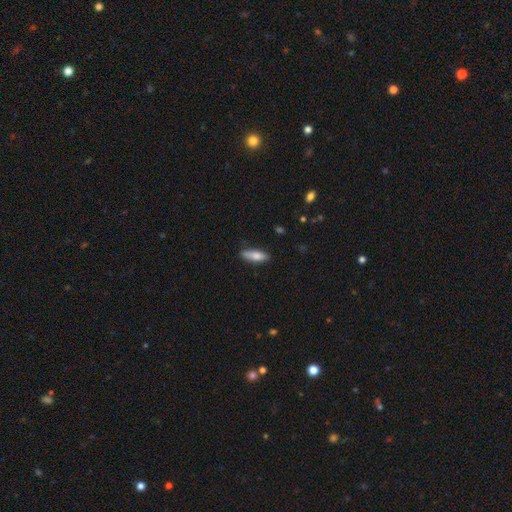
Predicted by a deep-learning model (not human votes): smooth 78%, featured or disk 16%, star or artifact 6%. Down the decision tree: how rounded — in between (50%); merging — none (83%).